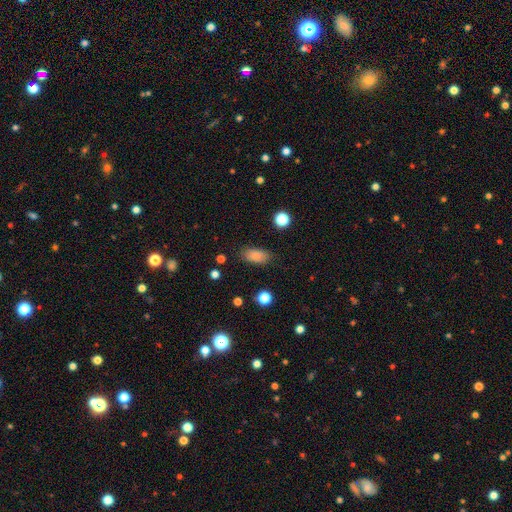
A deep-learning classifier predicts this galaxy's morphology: This appears to be a smooth galaxy with no disk features (85%) that is in between round and cigar-shaped (88%). Merging: none (83%).